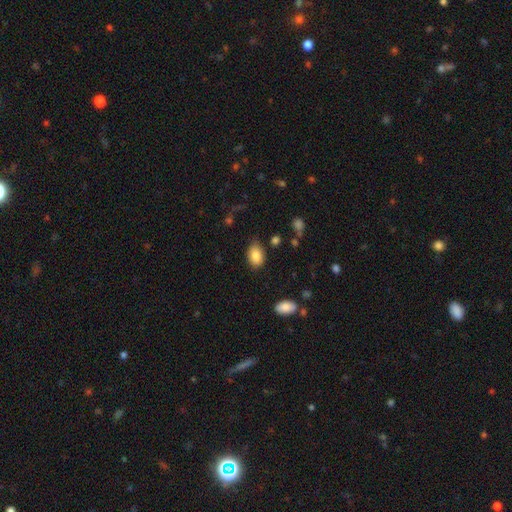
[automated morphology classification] smooth 85%, star or artifact 8%, featured or disk 7%. Down the decision tree: how rounded — in between (81%); merging — none (73%).